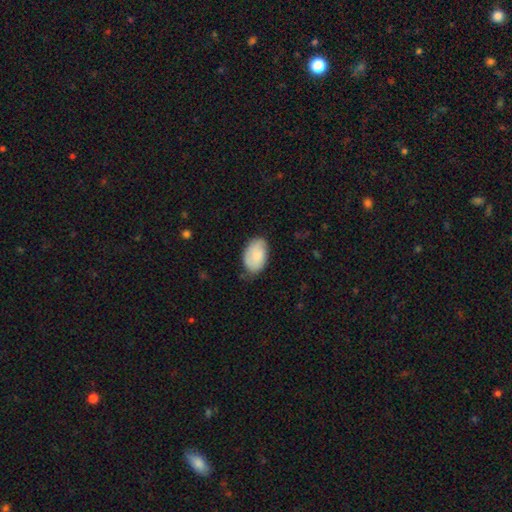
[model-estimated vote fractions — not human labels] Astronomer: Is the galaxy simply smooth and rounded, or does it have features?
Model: smooth — 81%.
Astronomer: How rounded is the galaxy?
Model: in between — 92%.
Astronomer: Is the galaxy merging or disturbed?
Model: none — 66%.